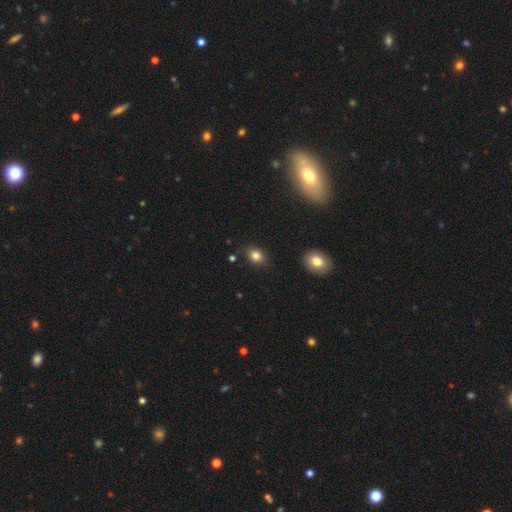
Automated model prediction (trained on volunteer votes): Morphology: type=smooth (82%); roundness=in between (63%); merging=none (84%).